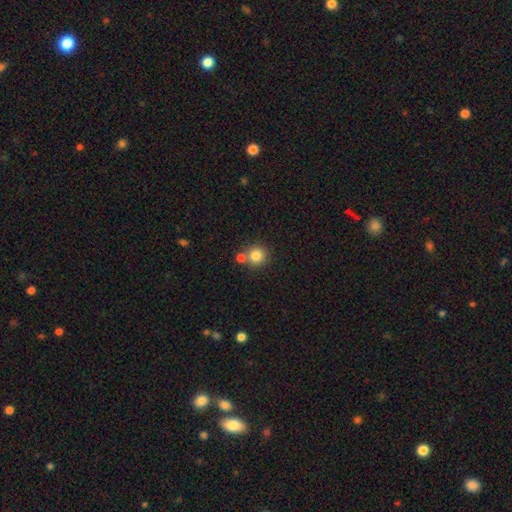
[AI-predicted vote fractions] Smooth or featured? Predicted: smooth (p=0.82). How rounded? Predicted: round (p=0.92). Merging? Predicted: none (p=0.68).